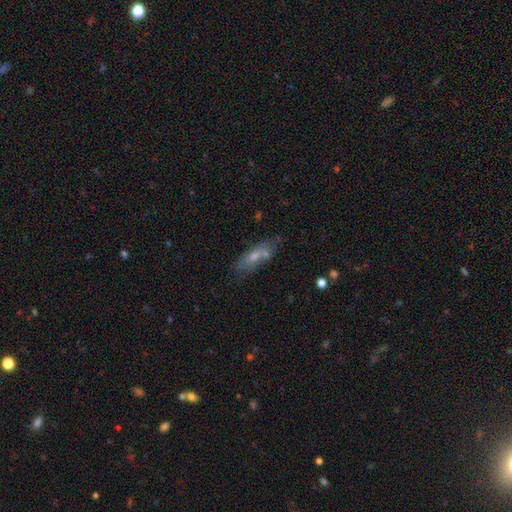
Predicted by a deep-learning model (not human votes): Smooth or featured?
  - smooth: 55% *
  - featured or disk: 35%
  - star or artifact: 10%
How rounded?
  - in between: 53% *
  - cigar-shaped: 43%
  - round: 4%
Merging?
  - none: 56% *
  - merger: 19%
  - minor disturbance: 18%
  - major disturbance: 7%